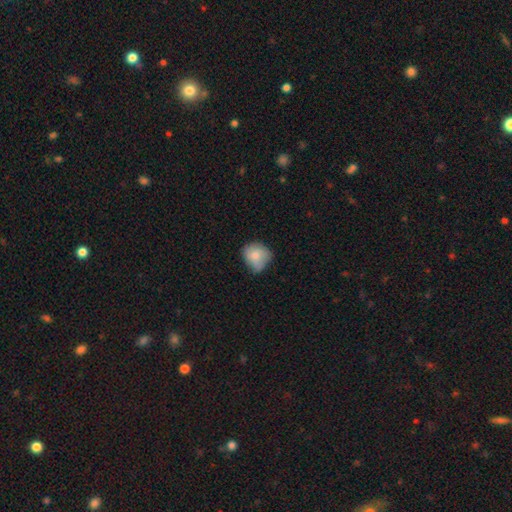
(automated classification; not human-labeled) smooth_or_featured: smooth (p=0.78) [alt: featured or disk p=0.14]
how_rounded: round (p=0.74) [alt: in between p=0.25]
merging: none (p=0.49) [alt: minor disturbance p=0.40]